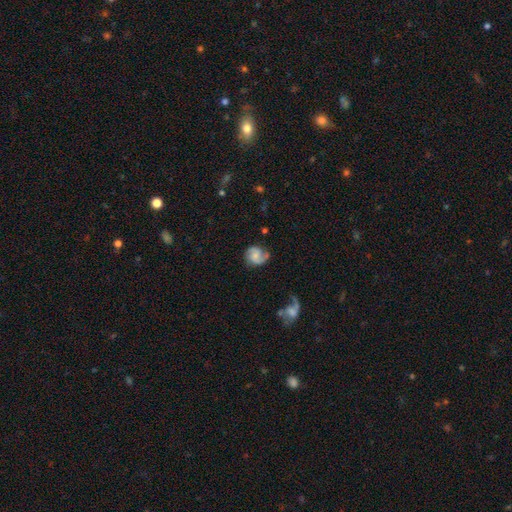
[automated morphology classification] smooth_or_featured: featured or disk (p=0.70) [alt: smooth p=0.23]
disk_edge_on: no (p=0.98) [alt: yes p=0.02]
bar: no (p=0.61) [alt: weak p=0.33]
has_spiral_arms: yes (p=0.94) [alt: no p=0.06]
spiral_winding: medium (p=0.46) [alt: tight p=0.28]
spiral_arm_count: 2 (p=0.79) [alt: 1 p=0.11]
bulge_size: small (p=0.43) [alt: moderate p=0.28]
merging: none (p=0.65) [alt: minor disturbance p=0.22]